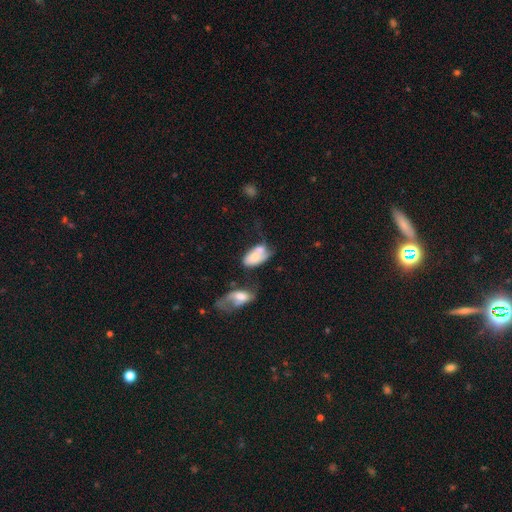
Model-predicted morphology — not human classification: type=smooth (58%); roundness=in between (90%); merging=merger (46%).